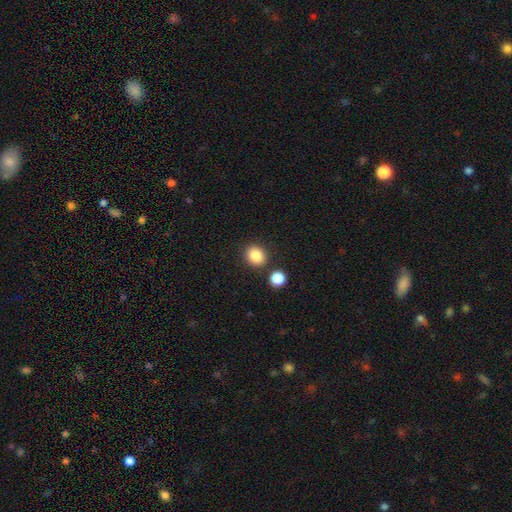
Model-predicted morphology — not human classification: Smooth or featured?
  - smooth: 86% *
  - star or artifact: 9%
  - featured or disk: 4%
How rounded?
  - round: 74% *
  - in between: 25%
  - cigar-shaped: 1%
Merging?
  - none: 84% *
  - minor disturbance: 8%
  - merger: 6%
  - major disturbance: 3%